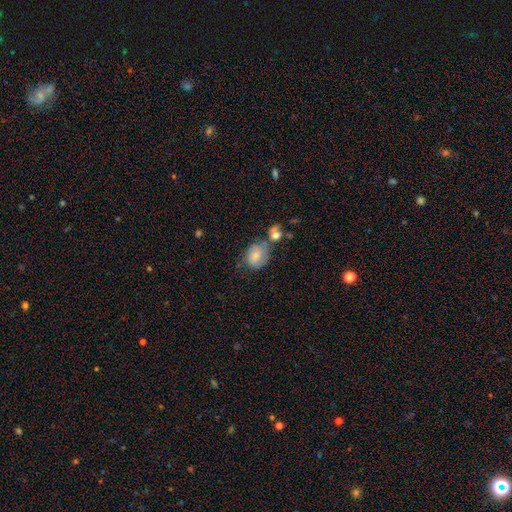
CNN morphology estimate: Smooth or featured? Predicted: smooth (p=0.63). How rounded? Predicted: round (p=0.56). Merging? Predicted: none (p=0.42).